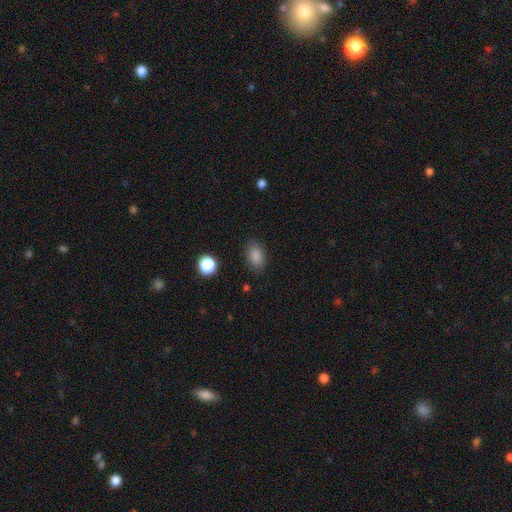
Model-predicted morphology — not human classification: This appears to be a smooth galaxy with no disk features (85%) that is in between round and cigar-shaped (86%). Merging: none (85%).